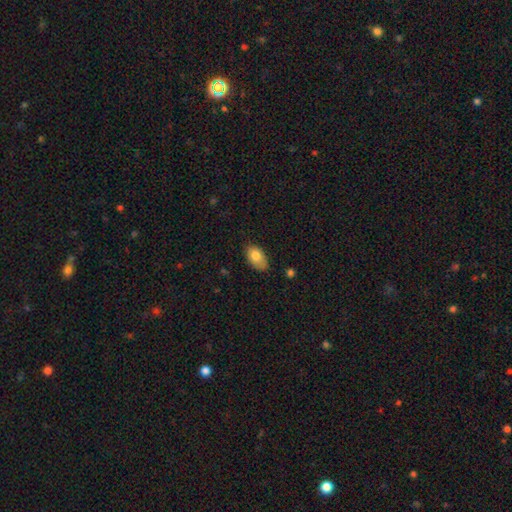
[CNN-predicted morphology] Smooth or featured? Predicted: smooth (p=0.80). How rounded? Predicted: in between (p=0.91). Merging? Predicted: none (p=0.73).